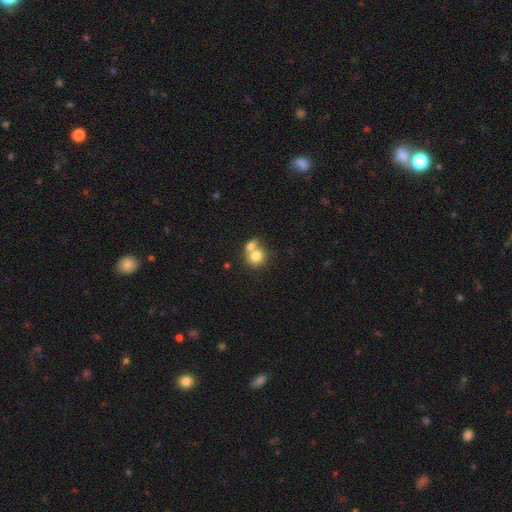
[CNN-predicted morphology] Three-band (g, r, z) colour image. It shows a smooth galaxy with no disk features (76%) that is round (76%). Merging: merger (57%).